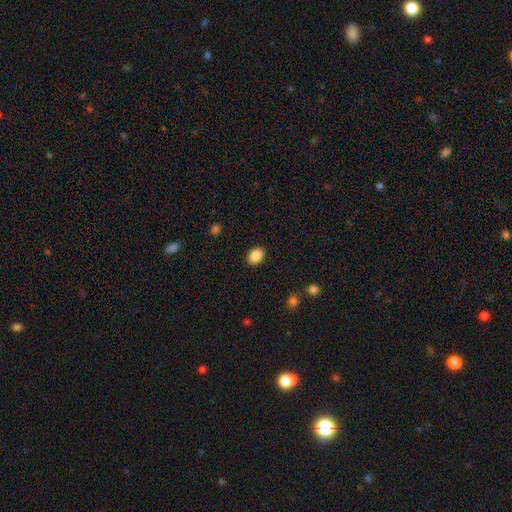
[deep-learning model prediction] The model was most divided on "how rounded": in between: 73%, round: 26%, cigar-shaped: 1%. More confident: merging — none (89%); smooth or featured — smooth (87%).